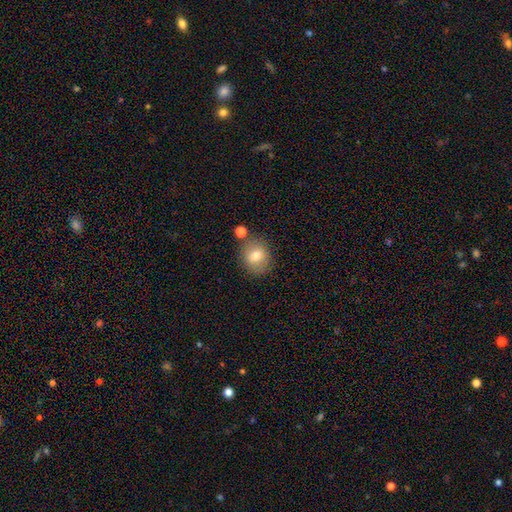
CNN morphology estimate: Smooth or featured: smooth — 75% (featured or disk — 15%)
How rounded: round — 72% (in between — 27%)
Merging: none — 74% (minor disturbance — 12%)